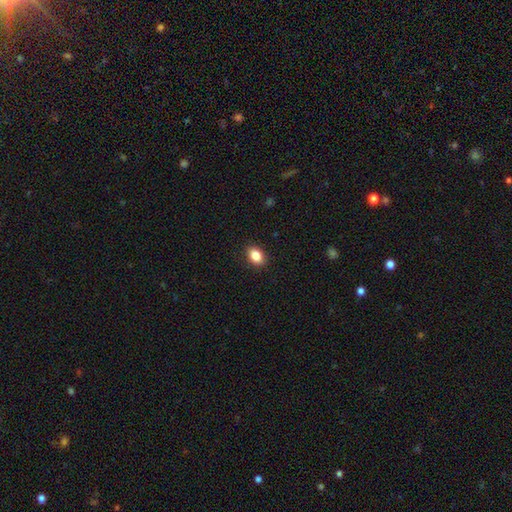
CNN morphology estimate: smooth 86%, star or artifact 9%, featured or disk 6%. Down the decision tree: how rounded — in between (79%); merging — none (90%).